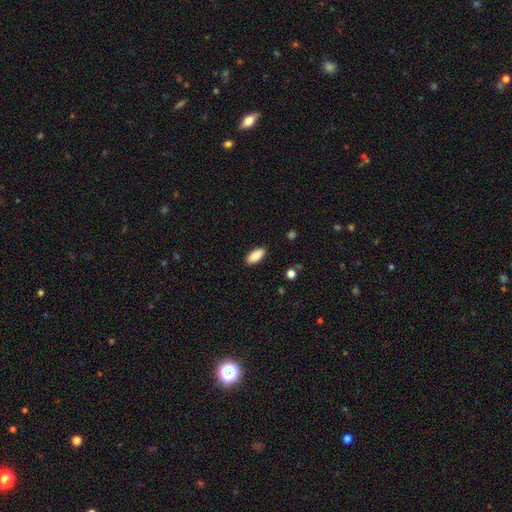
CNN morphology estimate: smooth-or-featured: smooth: 88% | star or artifact: 6% | featured or disk: 6%
  how-rounded: in between: 84% | cigar-shaped: 14% | round: 2%
  merging: none: 89% | minor disturbance: 8% | major disturbance: 2% | merger: 1%